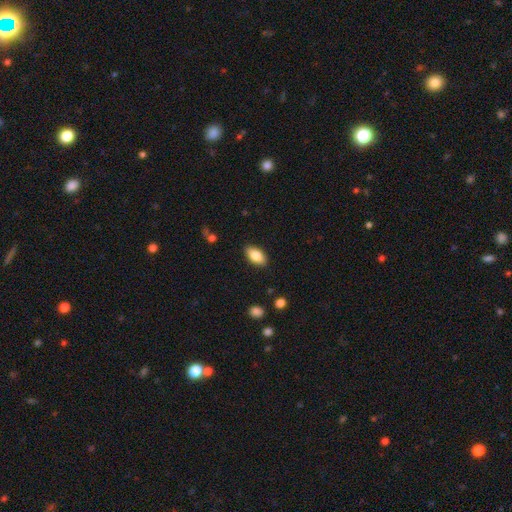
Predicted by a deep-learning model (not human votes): This appears to be a smooth galaxy with no disk features (81%) that is in between round and cigar-shaped (92%). Merging: none (88%).